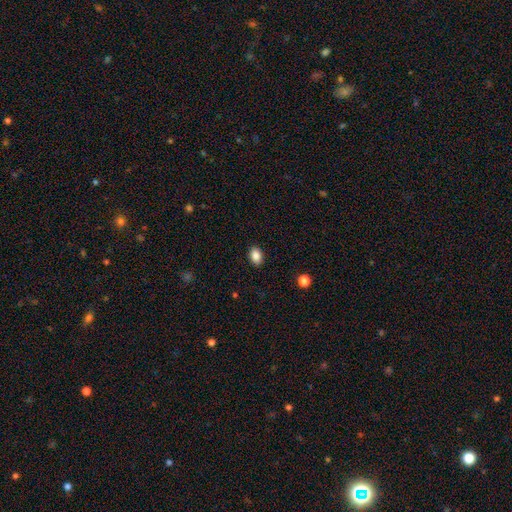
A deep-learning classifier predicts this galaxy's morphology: type=smooth (87%); roundness=in between (78%); merging=none (89%).